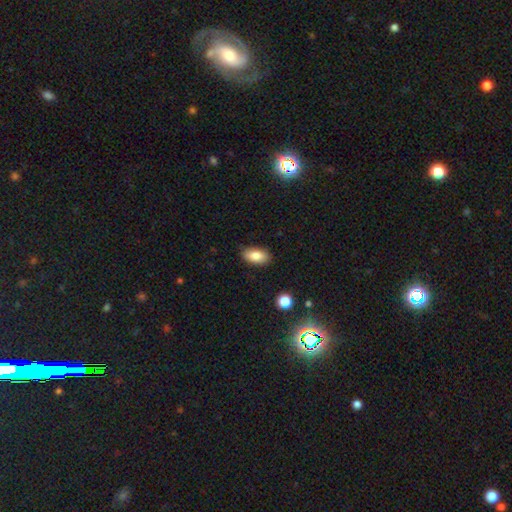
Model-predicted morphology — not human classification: Smooth or featured? smooth (84%)
How rounded? in between (93%)
Merging? none (86%)